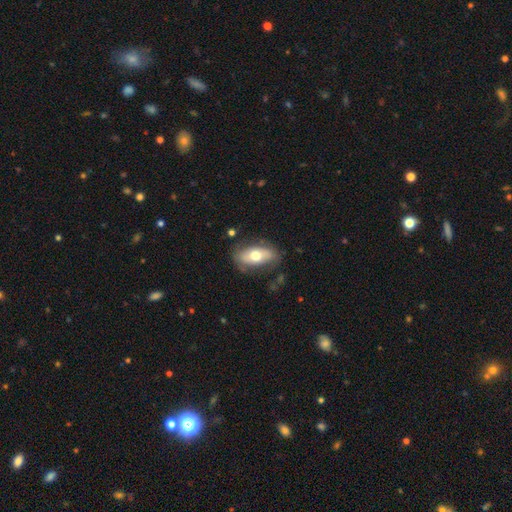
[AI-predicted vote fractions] A smooth galaxy with no disk features (58%) that is in between round and cigar-shaped (87%). Merging: none (71%).